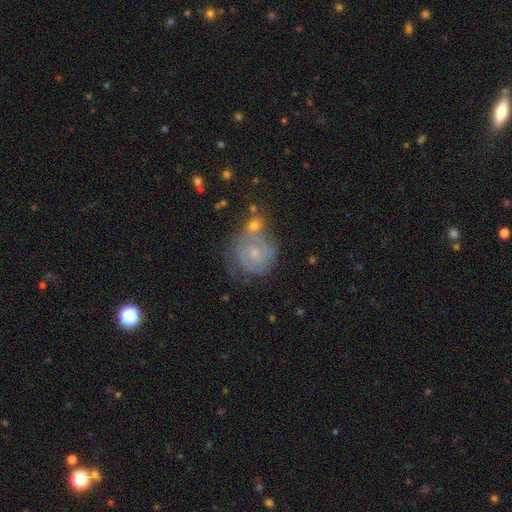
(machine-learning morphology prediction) Overall: featured or disk (69%). Edge-on disk: no (98%). Bar: no (69%). Spiral arms: yes (87%). Spiral arm count: can't tell (37%, tied with 2). Spiral winding: tight (65%; medium 27%). Bulge size: small (65%; moderate 29%). Merging: none (47%; merger 24%).